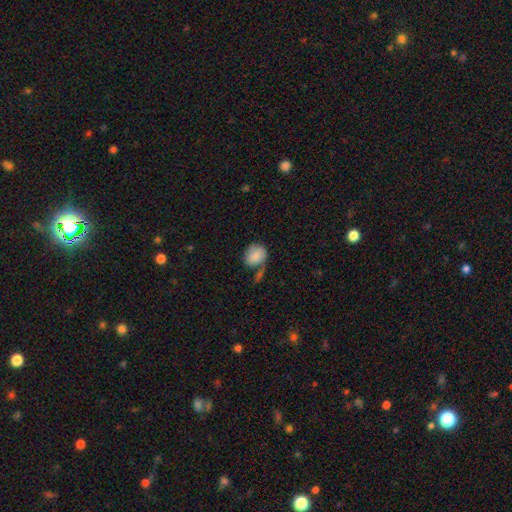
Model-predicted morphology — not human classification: Overall: smooth (84%). How rounded: round (67%; in between 32%). Merging: none (50%; minor disturbance 23%).